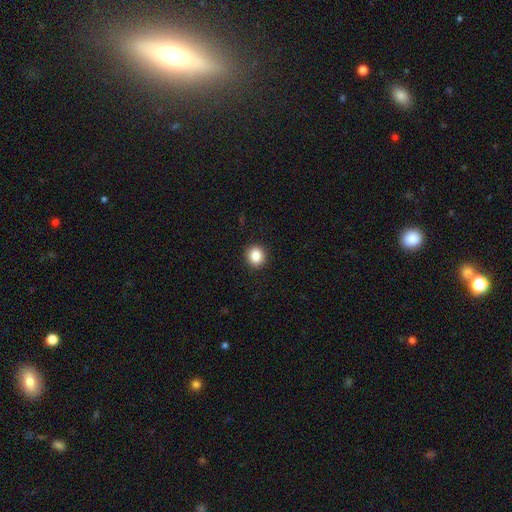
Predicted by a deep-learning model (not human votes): Smooth or featured? smooth (87%)
How rounded? round (85%)
Merging? none (92%)